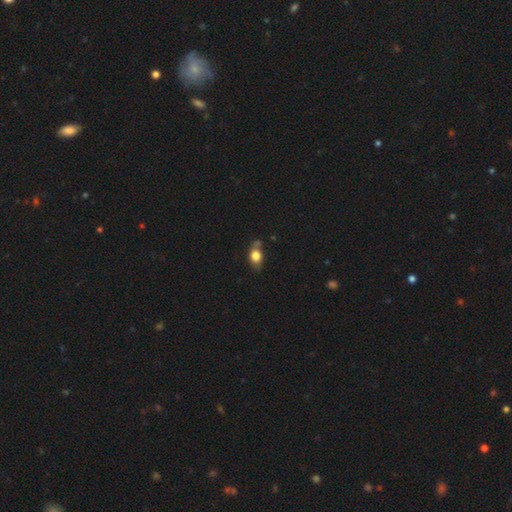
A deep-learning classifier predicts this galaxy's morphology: smooth 77%, featured or disk 13%, star or artifact 10%. Down the decision tree: how rounded — in between (66%); merging — none (54%).